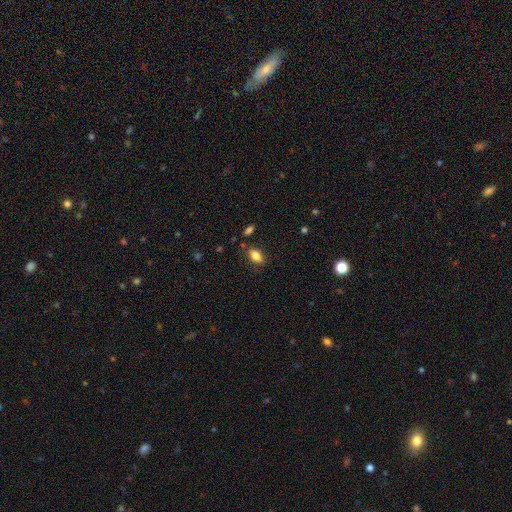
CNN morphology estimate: A smooth galaxy with no disk features (81%) that is in between round and cigar-shaped (87%). Merging: none (81%).